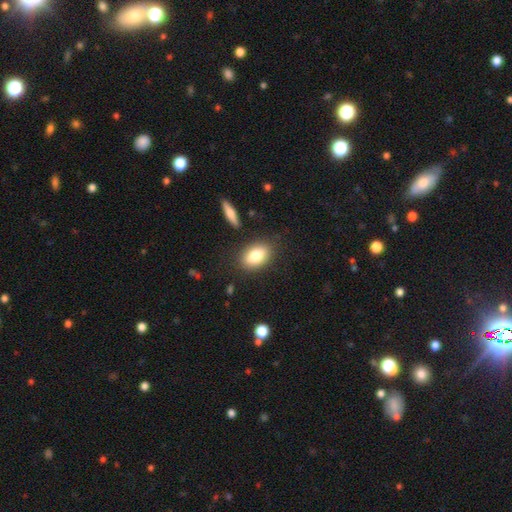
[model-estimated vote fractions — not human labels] smooth 80%, featured or disk 13%, star or artifact 8%. Down the decision tree: how rounded — in between (86%); merging — none (82%).